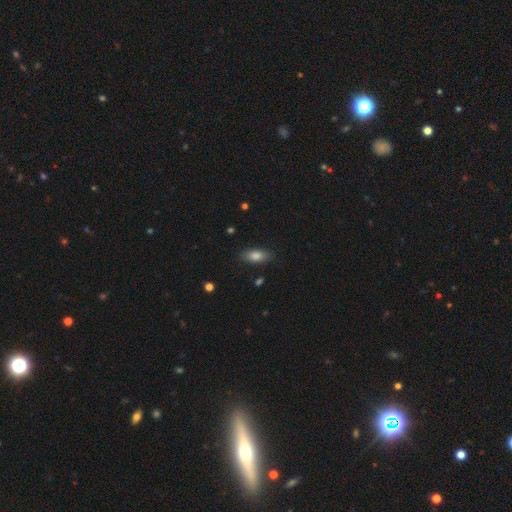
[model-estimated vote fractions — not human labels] Smooth or featured? smooth (82%)
How rounded? in between (82%)
Merging? none (85%)